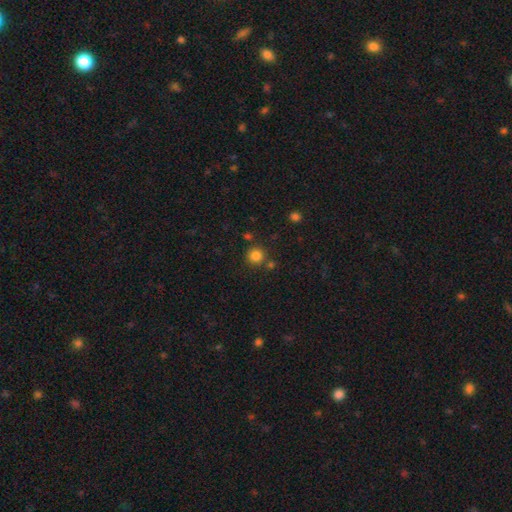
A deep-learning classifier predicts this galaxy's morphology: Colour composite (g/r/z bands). It shows a smooth galaxy with no disk features (83%) that is round (93%). Merging: none (81%).